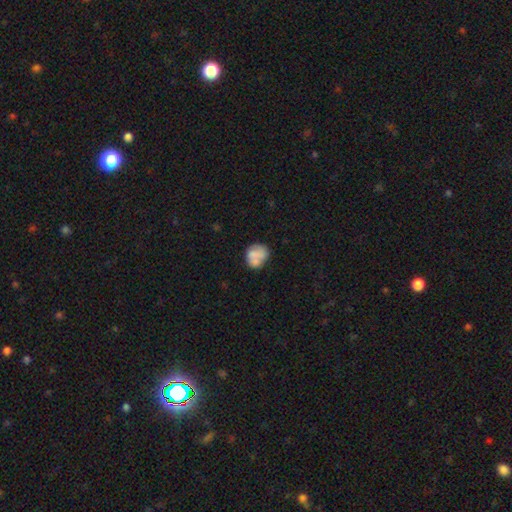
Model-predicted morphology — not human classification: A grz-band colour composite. It shows a smooth galaxy with no disk features (67%) that is round (63%). Merging: none (50%).